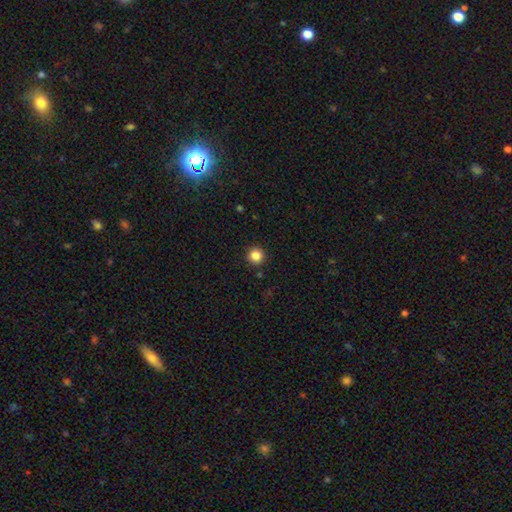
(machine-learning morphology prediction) A smooth galaxy with no disk features (85%) that is round (96%). Merging: none (93%).